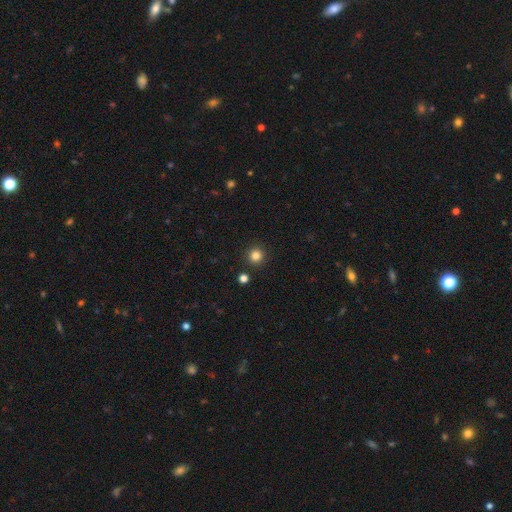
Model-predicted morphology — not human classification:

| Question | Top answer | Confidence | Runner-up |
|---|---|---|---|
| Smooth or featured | smooth | 83% | star or artifact (13%) |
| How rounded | round | 95% | in between (4%) |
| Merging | none | 91% | minor disturbance (5%) |